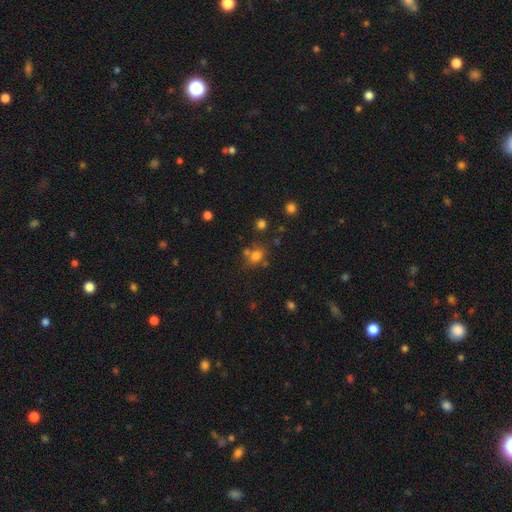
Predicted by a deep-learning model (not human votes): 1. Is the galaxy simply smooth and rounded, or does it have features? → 74% smooth, 17% star or artifact, 9% featured or disk.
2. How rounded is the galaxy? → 54% round, 44% in between, 1% cigar-shaped.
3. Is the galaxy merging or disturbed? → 61% none, 19% merger, 14% minor disturbance, 6% major disturbance.